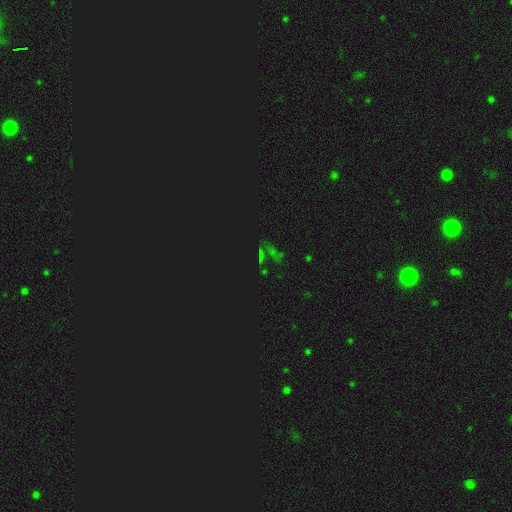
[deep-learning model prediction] This is likely a star or artifact rather than a galaxy (69%).